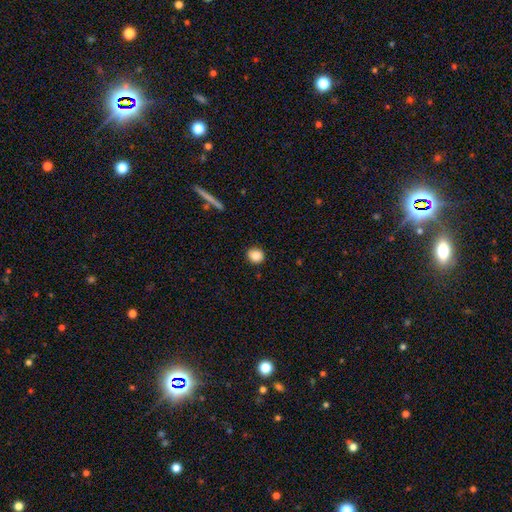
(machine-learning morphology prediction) type=smooth (86%); roundness=round (80%); merging=none (89%).